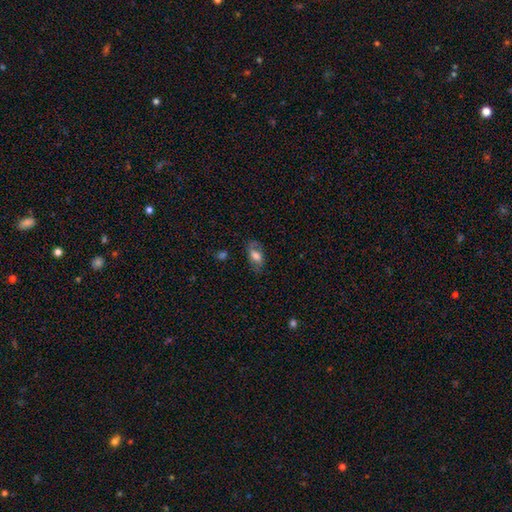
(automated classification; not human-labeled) smooth-or-featured: smooth: 66% | featured or disk: 26% | star or artifact: 8%
  how-rounded: in between: 88% | cigar-shaped: 6% | round: 6%
  merging: none: 69% | minor disturbance: 21% | major disturbance: 8% | merger: 2%